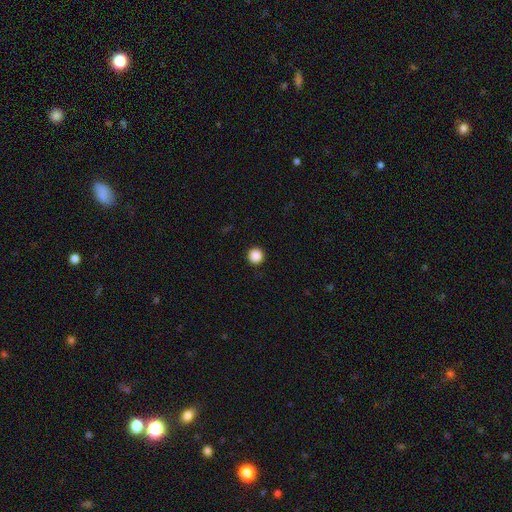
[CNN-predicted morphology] A smooth galaxy with no disk features (88%) that is round (96%). Merging: none (93%).